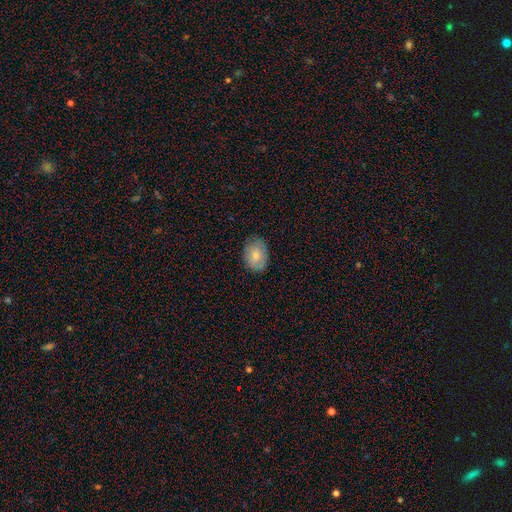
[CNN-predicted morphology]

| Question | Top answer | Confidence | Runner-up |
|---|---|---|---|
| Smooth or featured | smooth | 78% | featured or disk (15%) |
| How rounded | in between | 77% | round (22%) |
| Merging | none | 80% | minor disturbance (16%) |